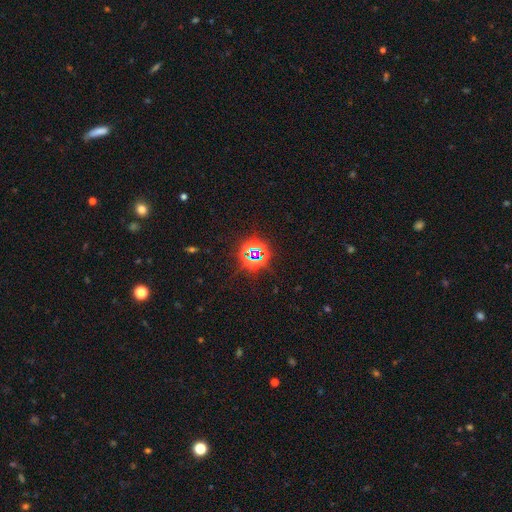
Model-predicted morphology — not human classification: This is likely a star or artifact rather than a galaxy (76%).